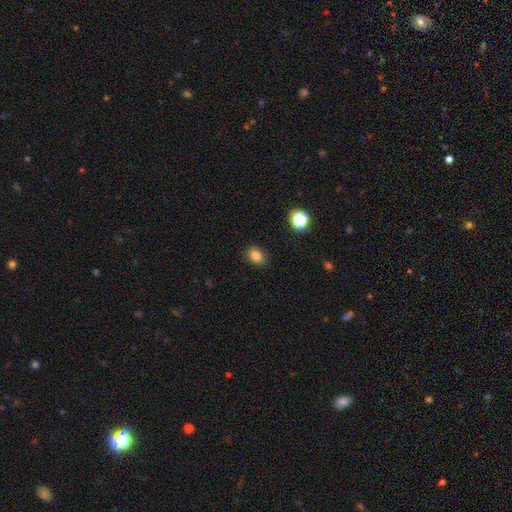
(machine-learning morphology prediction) A smooth galaxy with no disk features (83%) that is in between round and cigar-shaped (68%).

Vote fractions:
- Smooth or featured? smooth: 83% / star or artifact: 12% / featured or disk: 5%
- How rounded? in between: 68% / round: 31% / cigar-shaped: 1%
- Merging? none: 85% / minor disturbance: 11% / major disturbance: 3% / merger: 1%